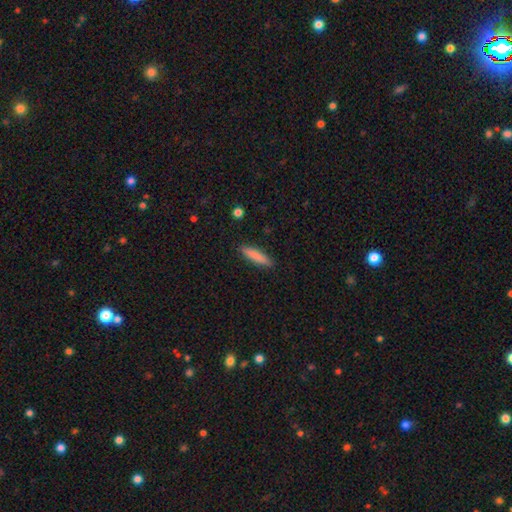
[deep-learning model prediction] Smooth or featured? Predicted: smooth (p=0.84). How rounded? Predicted: cigar-shaped (p=0.81). Merging? Predicted: none (p=0.89).